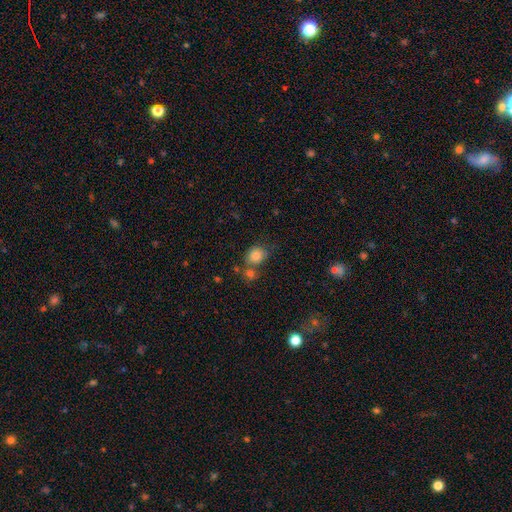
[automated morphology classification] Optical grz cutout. It shows a smooth galaxy with no disk features (83%) that is round (70%). Merging: none (56%).